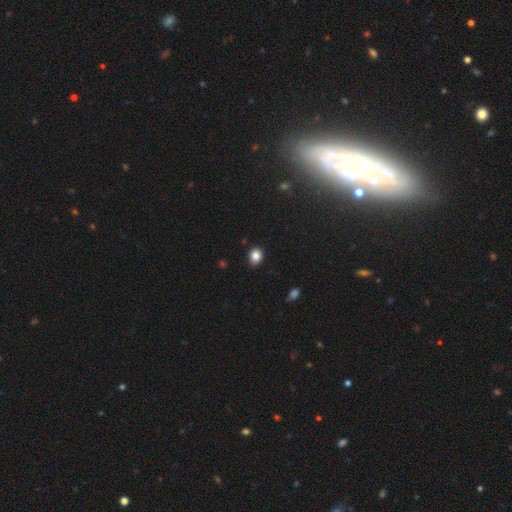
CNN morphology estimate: smooth-or-featured: smooth: 84% | star or artifact: 11% | featured or disk: 5%
  how-rounded: round: 63% | in between: 36% | cigar-shaped: 1%
  merging: none: 89% | minor disturbance: 8% | major disturbance: 2% | merger: 1%